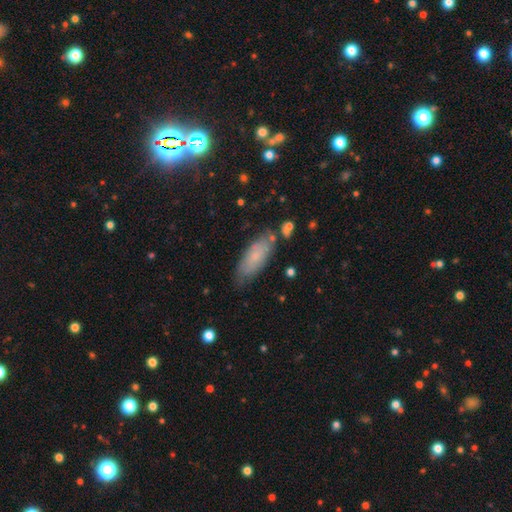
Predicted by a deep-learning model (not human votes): The model was most divided on "how rounded": in between: 73%, cigar-shaped: 25%, round: 2%. More confident: merging — none (71%); smooth or featured — smooth (70%).